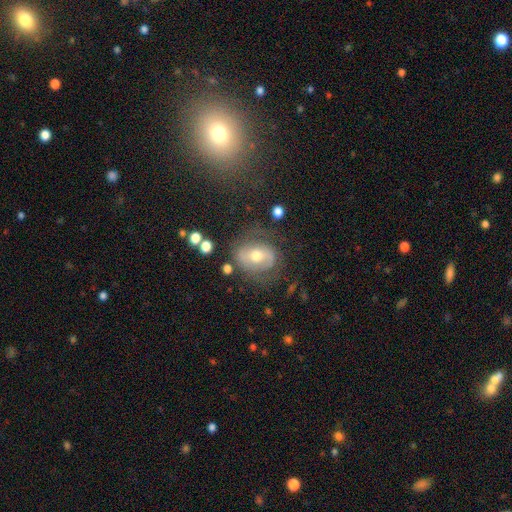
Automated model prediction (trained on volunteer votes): smooth-or-featured: featured or disk: 59% | smooth: 31% | star or artifact: 10%
  disk-edge-on: no: 95% | yes: 5%
    bar: no: 42% | weak: 36% | strong: 22%
    has-spiral-arms: yes: 63% | no: 37%
    bulge-size: moderate: 72% | small: 20% | large: 6% | none: 1% | dominant: 1%
  merging: none: 62% | minor disturbance: 21% | major disturbance: 14% | merger: 3%